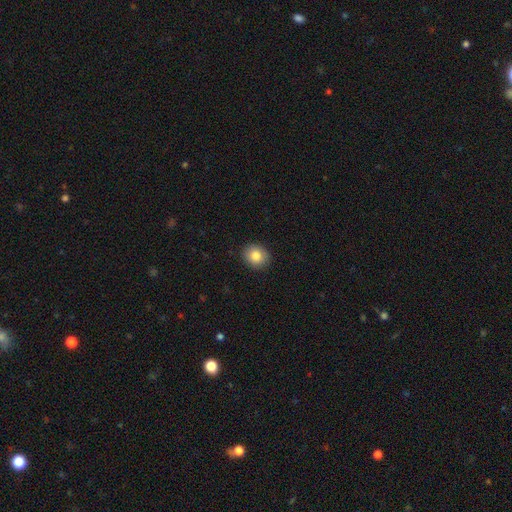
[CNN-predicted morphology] A smooth galaxy with no disk features (84%) that is round (68%).

Vote fractions:
- Smooth or featured? smooth: 84% / star or artifact: 9% / featured or disk: 7%
- How rounded? round: 68% / in between: 31% / cigar-shaped: 1%
- Merging? none: 90% / minor disturbance: 7% / major disturbance: 2% / merger: 1%